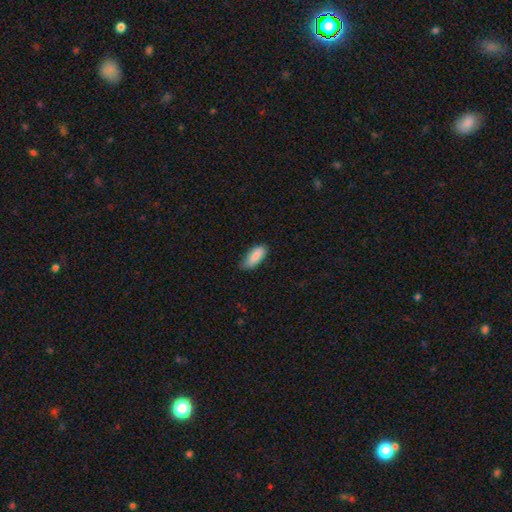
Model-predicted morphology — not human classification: smooth 87%, featured or disk 7%, star or artifact 6%. Down the decision tree: how rounded — in between (80%); merging — none (67%).